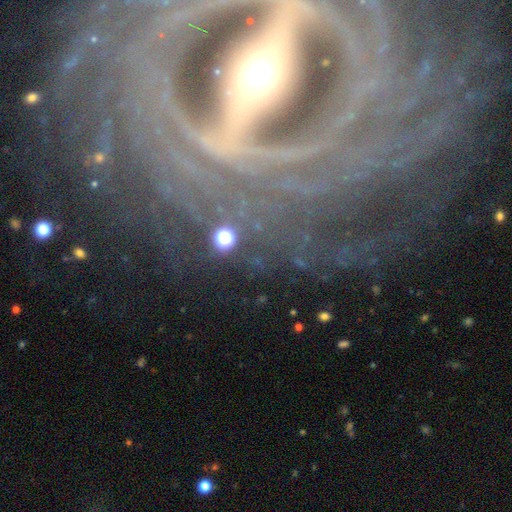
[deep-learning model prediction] featured or disk 81%, star or artifact 12%, smooth 7%. Down the decision tree: edge-on disk — no (83%); bar — strong (72%); spiral arms — yes (85%); spiral arm count — can't tell (28%); spiral winding — tight (70%); bulge size — moderate (48%); merging — none (74%).